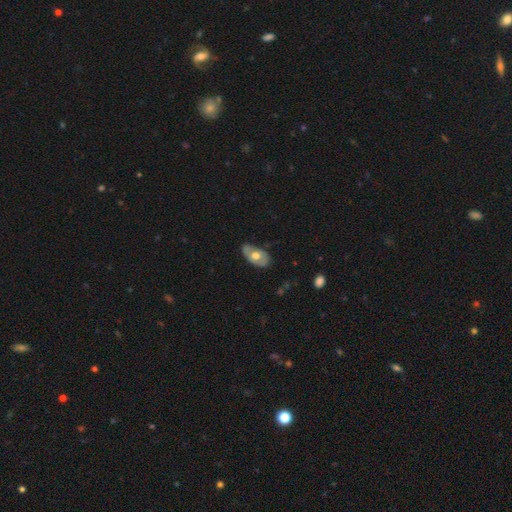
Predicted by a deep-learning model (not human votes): Smooth or featured?
  - smooth: 48% *
  - featured or disk: 46%
  - star or artifact: 6%
Merging?
  - none: 65% *
  - minor disturbance: 27%
  - major disturbance: 6%
  - merger: 2%